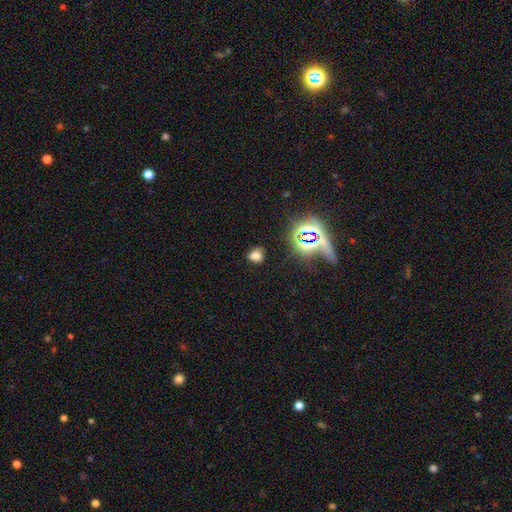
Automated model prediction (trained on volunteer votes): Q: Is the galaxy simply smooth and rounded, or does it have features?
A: smooth — 64%.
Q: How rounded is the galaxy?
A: in between — 51%.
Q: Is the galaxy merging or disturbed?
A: none — 76%.